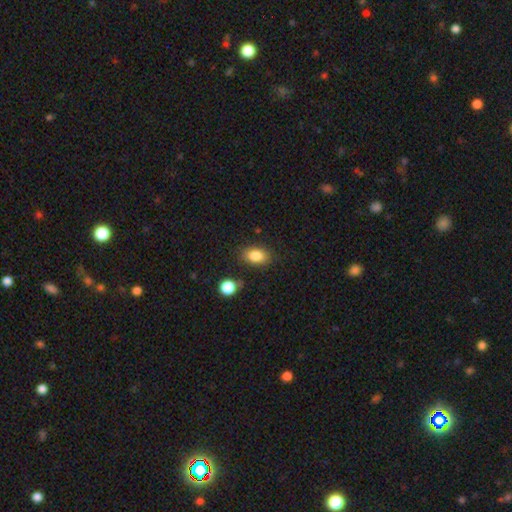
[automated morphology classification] A smooth galaxy with no disk features (85%) that is in between round and cigar-shaped (84%).

Vote fractions:
- Smooth or featured? smooth: 85% / star or artifact: 9% / featured or disk: 7%
- How rounded? in between: 84% / round: 14% / cigar-shaped: 2%
- Merging? none: 81% / minor disturbance: 12% / merger: 3% / major disturbance: 3%